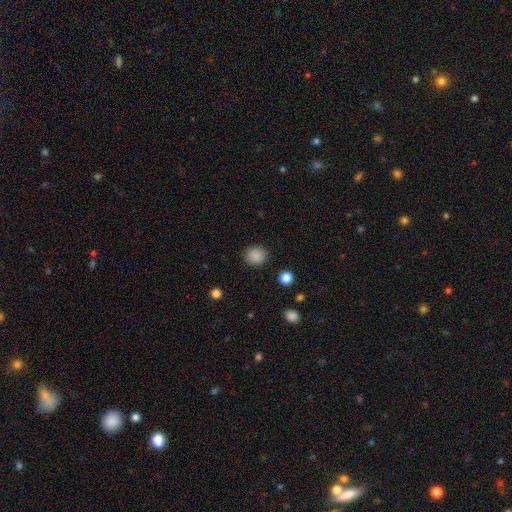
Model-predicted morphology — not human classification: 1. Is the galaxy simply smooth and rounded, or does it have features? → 87% smooth, 10% star or artifact, 3% featured or disk.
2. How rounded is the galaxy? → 84% round, 15% in between, 1% cigar-shaped.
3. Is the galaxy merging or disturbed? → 90% none, 6% minor disturbance, 2% major disturbance, 1% merger.